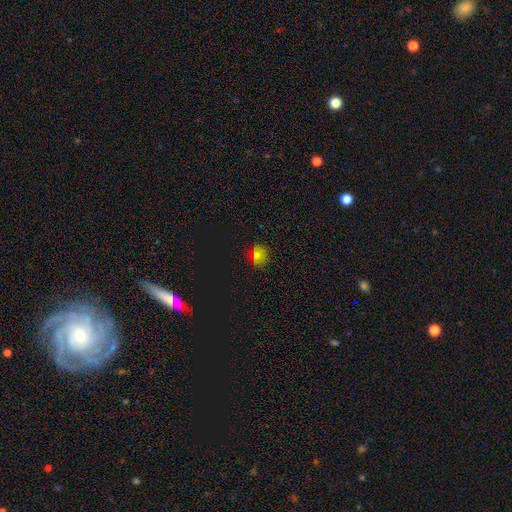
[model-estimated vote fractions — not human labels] This appears to be a smooth galaxy with no disk features (67%) that is round (74%). Merging: none (83%).